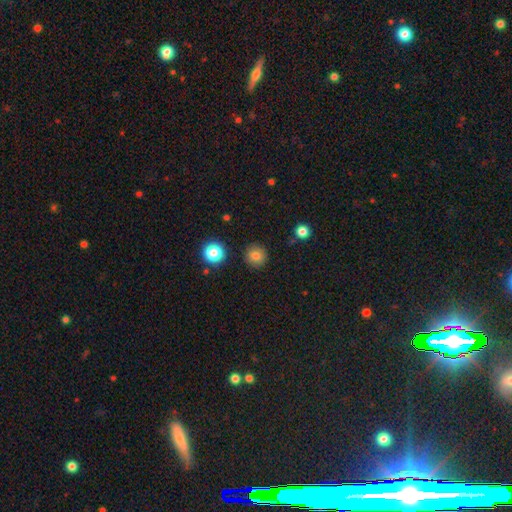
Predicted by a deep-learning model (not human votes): This appears to be a smooth galaxy with no disk features (82%) that is round (95%). Merging: none (90%).